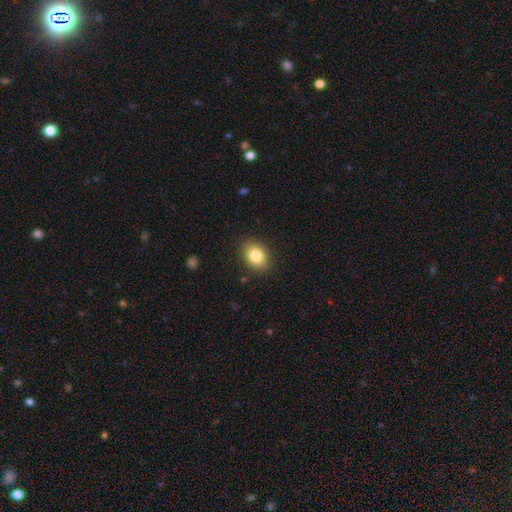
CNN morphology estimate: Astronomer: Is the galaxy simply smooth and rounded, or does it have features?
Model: smooth — 83%.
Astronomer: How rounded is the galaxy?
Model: in between — 72%.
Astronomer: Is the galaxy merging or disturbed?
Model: none — 87%.